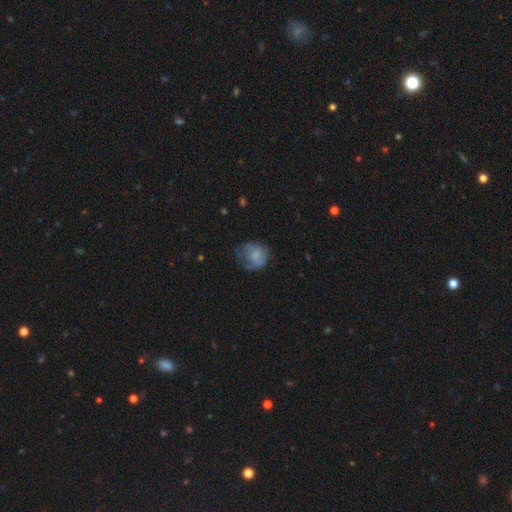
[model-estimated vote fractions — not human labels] This is likely a smooth galaxy (62%). How rounded: likely round (68%). Merging: marginally none (44%).